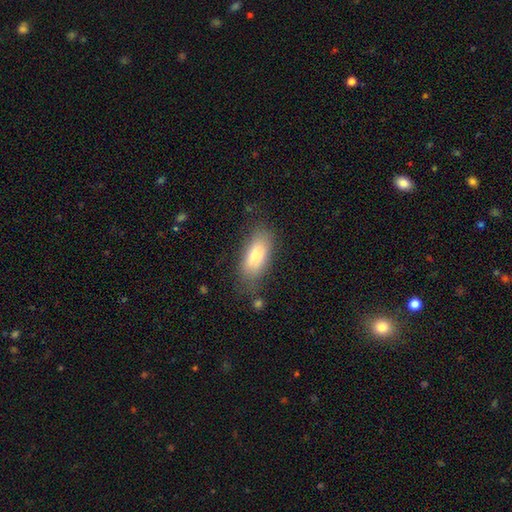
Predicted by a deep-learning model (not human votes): Smooth or featured? Predicted: smooth (p=0.82). How rounded? Predicted: in between (p=0.82). Merging? Predicted: none (p=0.69).